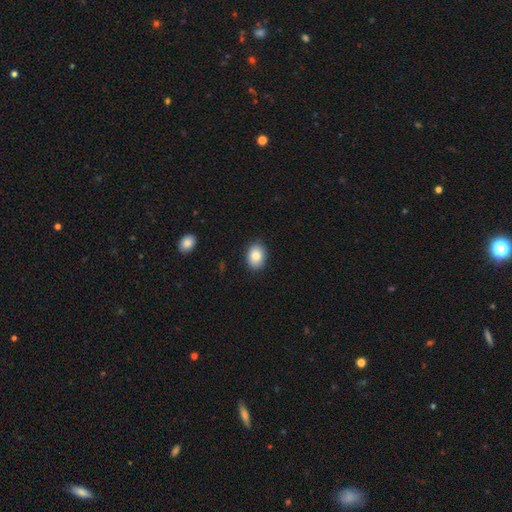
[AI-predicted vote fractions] Morphology: type=smooth (83%); roundness=in between (73%); merging=none (87%).